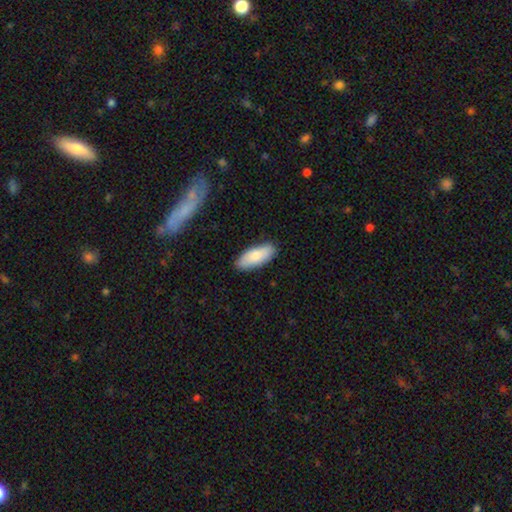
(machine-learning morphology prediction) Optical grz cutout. It shows a smooth galaxy with no disk features (81%) that is in between round and cigar-shaped (80%). Merging: none (86%).